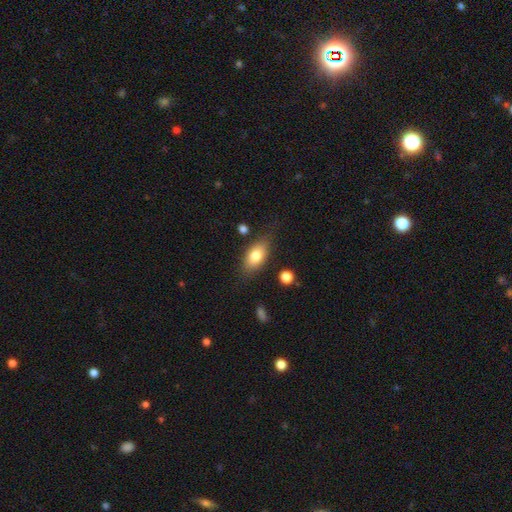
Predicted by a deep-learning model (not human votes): smooth-or-featured: smooth: 78% | featured or disk: 15% | star or artifact: 7%
  how-rounded: in between: 87% | cigar-shaped: 7% | round: 6%
  merging: none: 74% | minor disturbance: 18% | major disturbance: 5% | merger: 3%